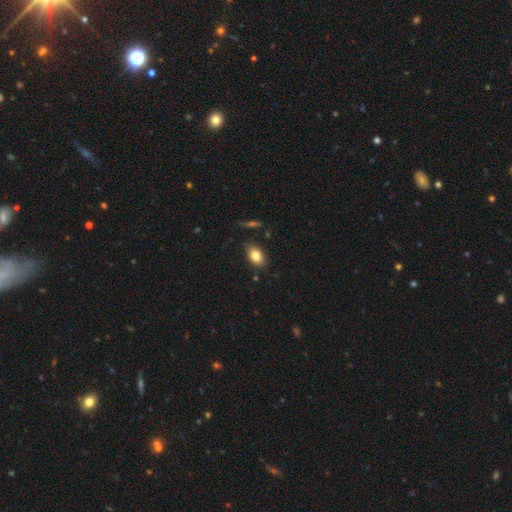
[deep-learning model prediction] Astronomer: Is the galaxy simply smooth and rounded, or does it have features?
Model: smooth — 81%.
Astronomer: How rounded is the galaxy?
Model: in between — 81%.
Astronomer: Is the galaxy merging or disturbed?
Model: none — 79%.